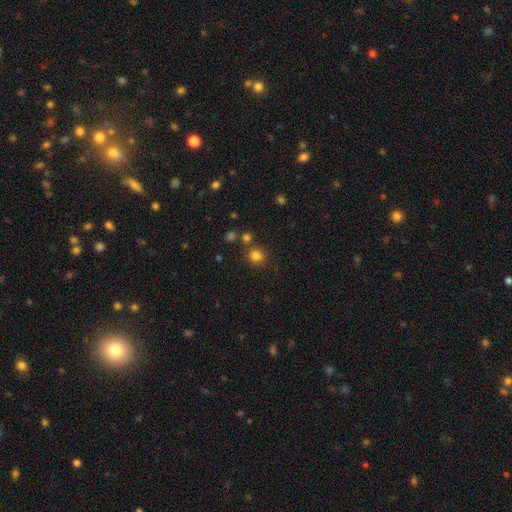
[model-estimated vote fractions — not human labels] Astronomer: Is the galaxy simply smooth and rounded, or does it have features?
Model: smooth — 80%.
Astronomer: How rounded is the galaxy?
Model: round — 86%.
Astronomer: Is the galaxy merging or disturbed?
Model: none — 78%.